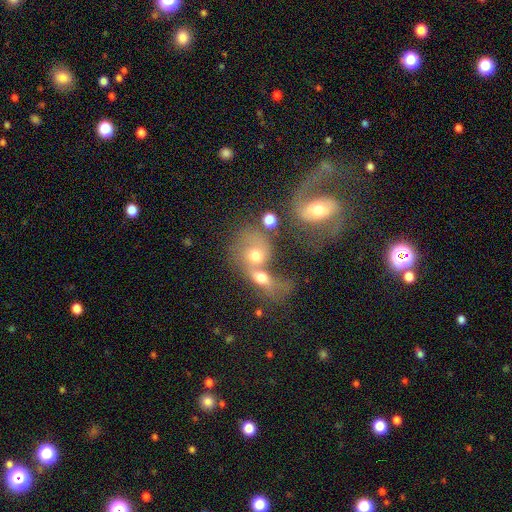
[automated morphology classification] Smooth or featured? smooth (53%)
How rounded? round (53%)
Merging? merger (71%)